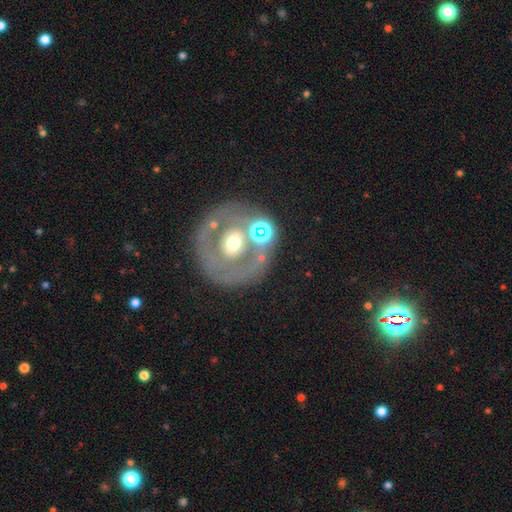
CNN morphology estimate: featured or disk 58%, smooth 25%, star or artifact 17%. Down the decision tree: edge-on disk — no (93%); bar — no (60%); spiral arms — no (67%); bulge size — moderate (63%); merging — none (60%).